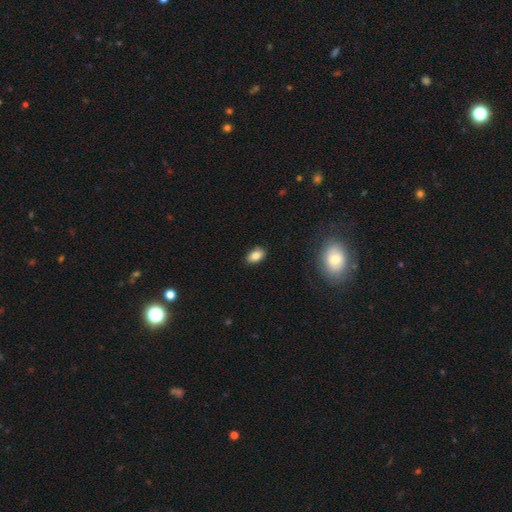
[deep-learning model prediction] Q: Smooth or featured?
A: smooth (83%); runner-up: star or artifact (9%)
Q: How rounded?
A: in between (90%); runner-up: round (8%)
Q: Merging?
A: none (88%); runner-up: minor disturbance (9%)